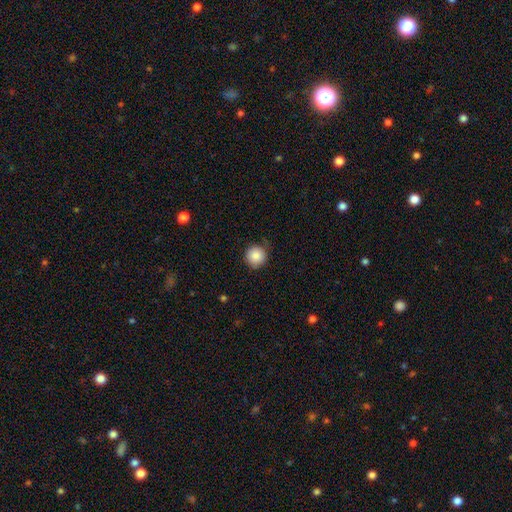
Smooth or featured: smooth — 95% (star or artifact — 5%)
How rounded: round — 89% (in between — 9%)
Merging: none — 57% (minor disturbance — 34%)